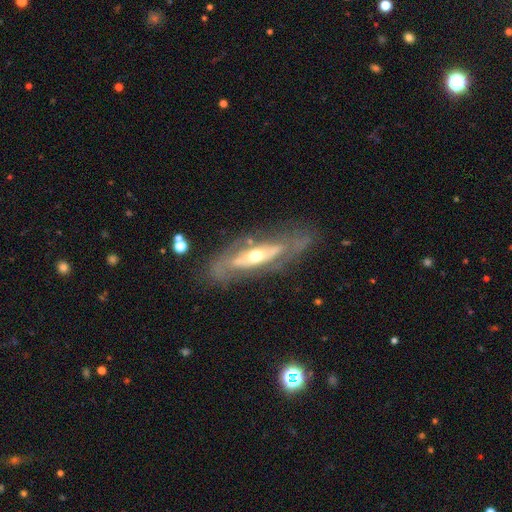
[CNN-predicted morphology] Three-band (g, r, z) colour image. It shows a featured or disk galaxy (75%) with no bar (72%), spiral arms (51%) and a moderate central bulge (68%). Merging: none (66%).